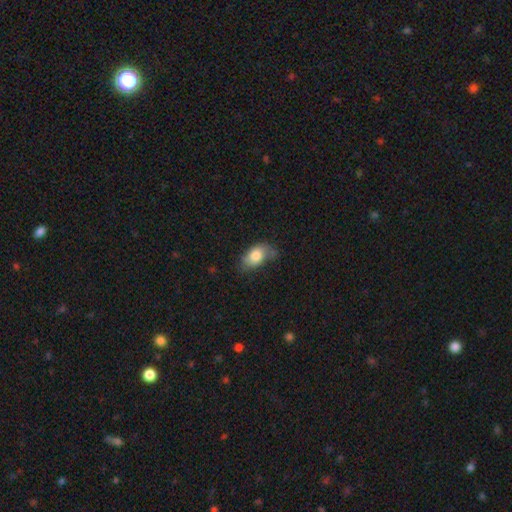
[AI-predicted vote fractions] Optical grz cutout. It shows a smooth galaxy with no disk features (79%) that is in between round and cigar-shaped (89%). Merging: none (54%).